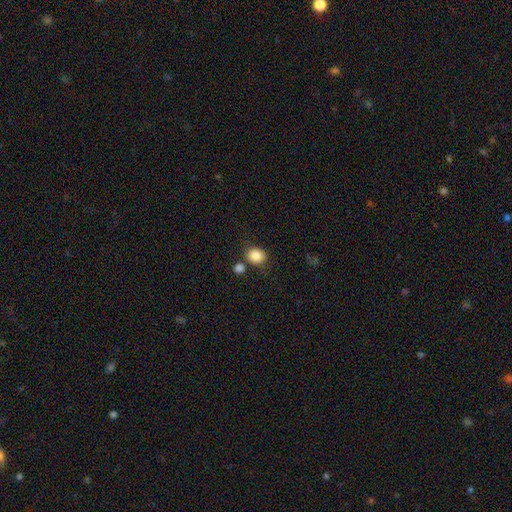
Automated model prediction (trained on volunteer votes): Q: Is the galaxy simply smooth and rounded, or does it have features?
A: smooth — 86%.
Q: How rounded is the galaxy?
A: round — 68%.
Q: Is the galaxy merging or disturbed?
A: none — 74%.